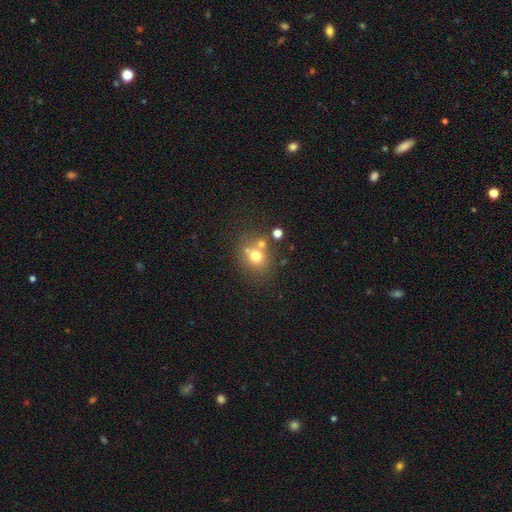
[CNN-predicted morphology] Smooth or featured? smooth (69%)
How rounded? round (69%)
Merging? none (59%)